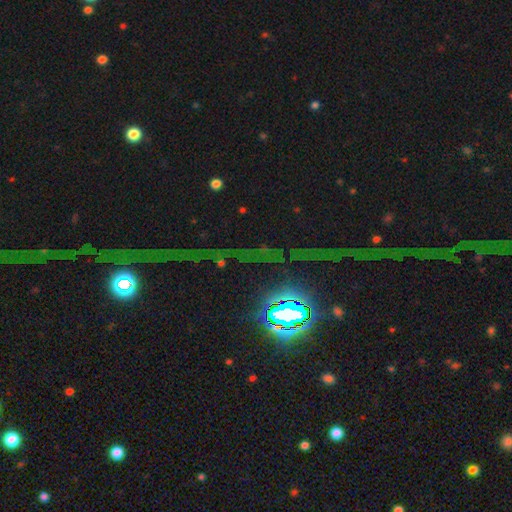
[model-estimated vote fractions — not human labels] smooth-or-featured: star or artifact: 81% | featured or disk: 10% | smooth: 8%